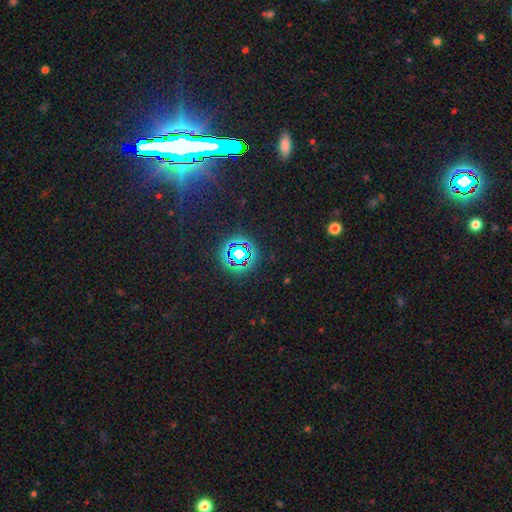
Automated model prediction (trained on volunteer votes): The model was most divided on "smooth or featured": star or artifact: 79%, featured or disk: 10%, smooth: 10%.